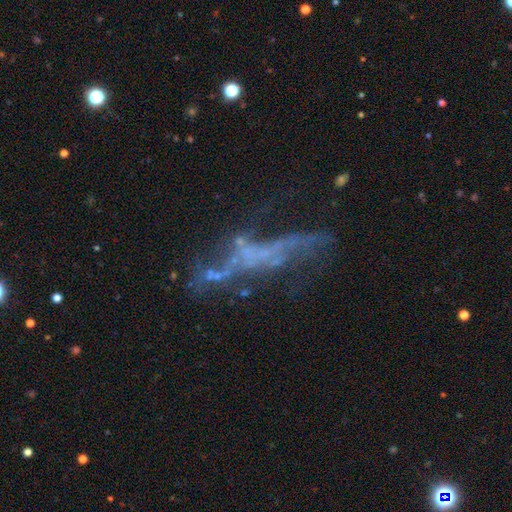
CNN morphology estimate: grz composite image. It shows a featured or disk galaxy (60%). Merging: none (46%).